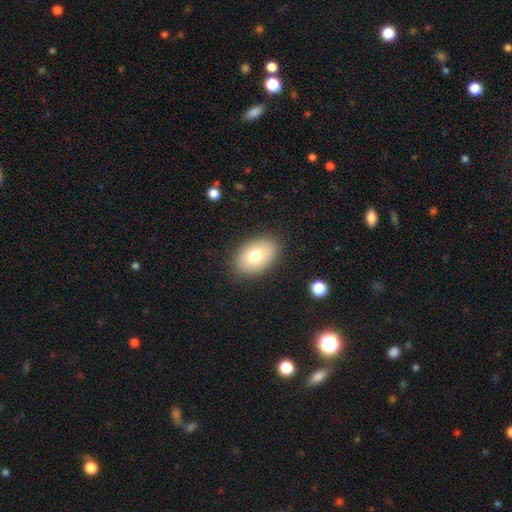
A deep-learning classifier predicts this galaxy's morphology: A smooth galaxy with no disk features (72%) that is in between round and cigar-shaped (86%). Merging: none (85%).